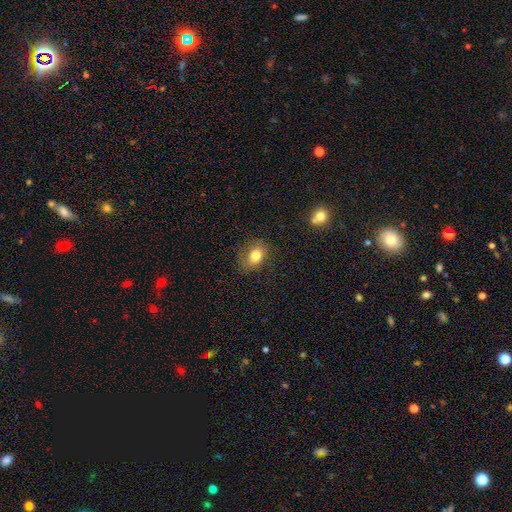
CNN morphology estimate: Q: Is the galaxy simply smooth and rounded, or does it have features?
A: smooth — 78%.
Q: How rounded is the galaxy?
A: in between — 59%.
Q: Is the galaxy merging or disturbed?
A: none — 69%.